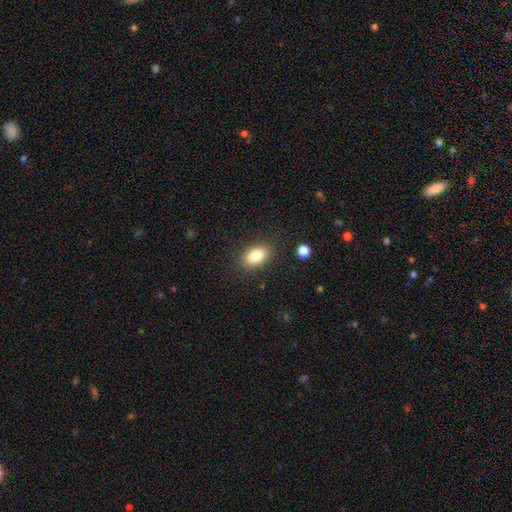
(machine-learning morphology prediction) smooth_or_featured: smooth (p=0.83) [alt: star or artifact p=0.09]
how_rounded: in between (p=0.88) [alt: round p=0.10]
merging: none (p=0.86) [alt: minor disturbance p=0.10]